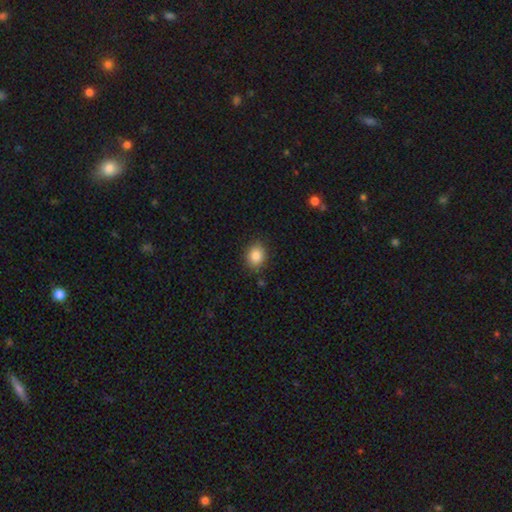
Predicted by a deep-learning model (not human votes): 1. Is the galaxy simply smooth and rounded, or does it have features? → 86% smooth, 9% star or artifact, 5% featured or disk.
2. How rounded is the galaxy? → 50% in between, 49% round, 1% cigar-shaped.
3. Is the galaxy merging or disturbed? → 85% none, 11% minor disturbance, 3% major disturbance, 2% merger.